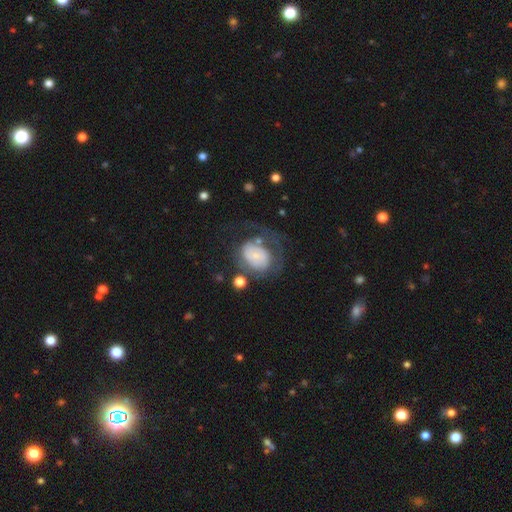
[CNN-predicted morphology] This is possibly a featured or disk galaxy (48%). Merging: marginally major disturbance (42%).